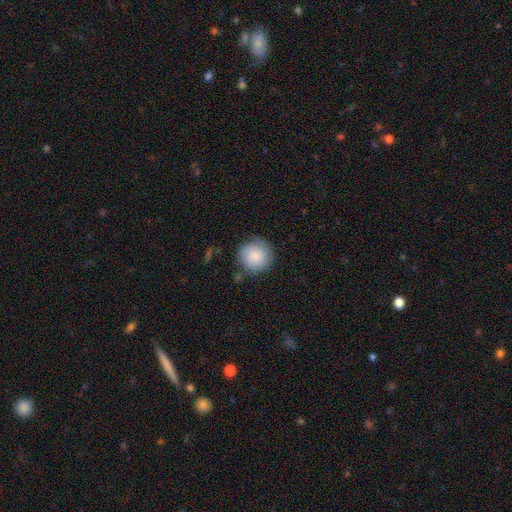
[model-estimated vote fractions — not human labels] Q: Smooth or featured?
A: smooth (74%); runner-up: featured or disk (18%)
Q: How rounded?
A: round (91%); runner-up: in between (8%)
Q: Merging?
A: none (75%); runner-up: minor disturbance (17%)